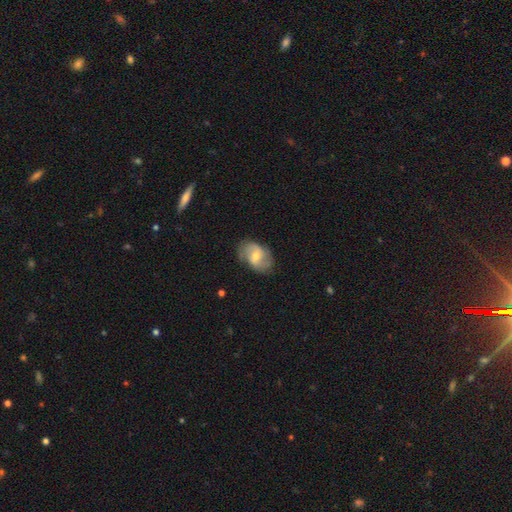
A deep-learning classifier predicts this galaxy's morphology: The model was most divided on "bulge size": moderate: 52%, small: 41%, large: 3%, none: 3%, dominant: 1%. Remaining: edge-on disk — no (96%); spiral arms — yes (86%); spiral arm count — 2 (80%); merging — none (75%); smooth or featured — featured or disk (62%); bar — weak (51%); spiral winding — medium (45%).